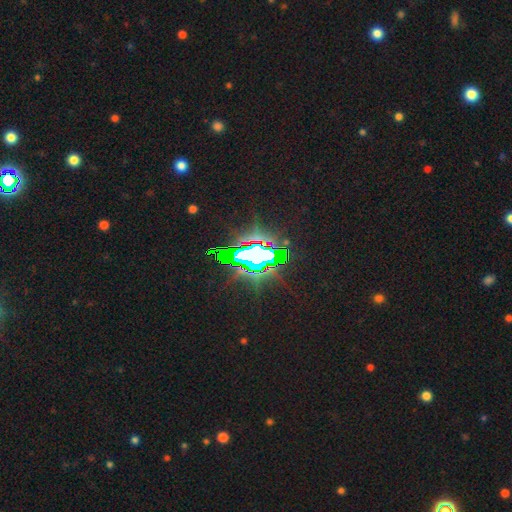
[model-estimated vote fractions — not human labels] Q: Smooth or featured?
A: star or artifact (72%); runner-up: featured or disk (15%)